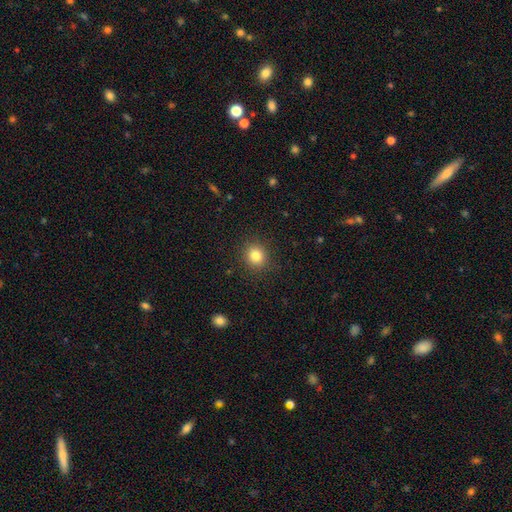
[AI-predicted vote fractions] Q: Smooth or featured?
A: smooth (82%); runner-up: star or artifact (12%)
Q: How rounded?
A: round (86%); runner-up: in between (13%)
Q: Merging?
A: none (89%); runner-up: minor disturbance (7%)